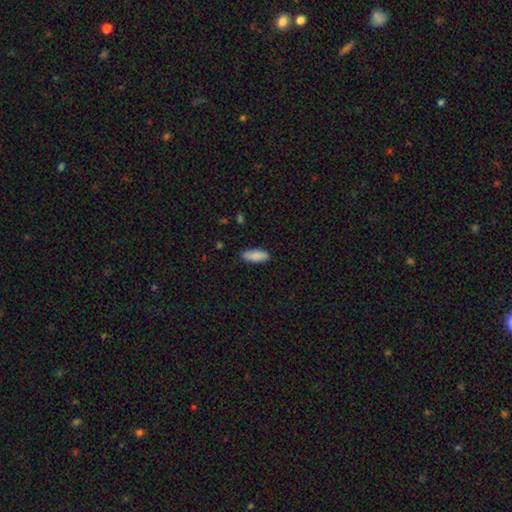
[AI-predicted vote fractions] This is clearly a smooth galaxy (88%). How rounded: likely in between (74%). Merging: clearly none (86%).